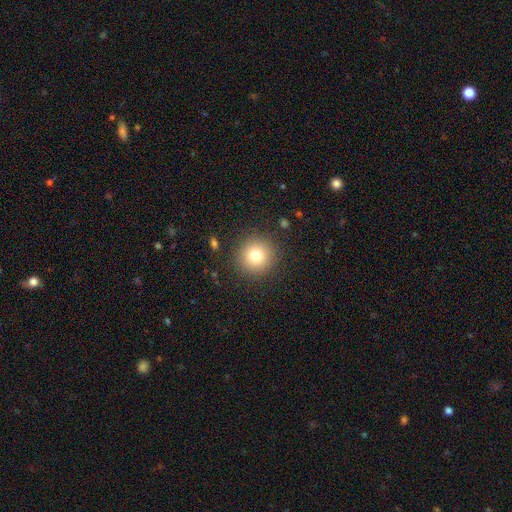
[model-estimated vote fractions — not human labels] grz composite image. It shows a smooth galaxy with no disk features (76%) that is round (95%). Merging: none (89%).